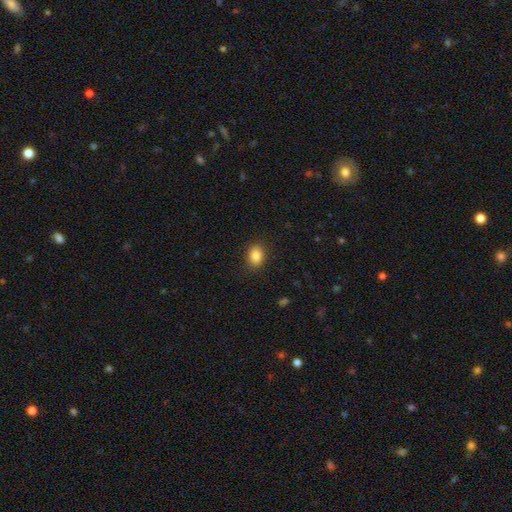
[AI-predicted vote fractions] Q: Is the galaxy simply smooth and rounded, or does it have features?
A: smooth — 86%.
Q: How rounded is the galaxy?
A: in between — 70%.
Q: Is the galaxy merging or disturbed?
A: none — 87%.